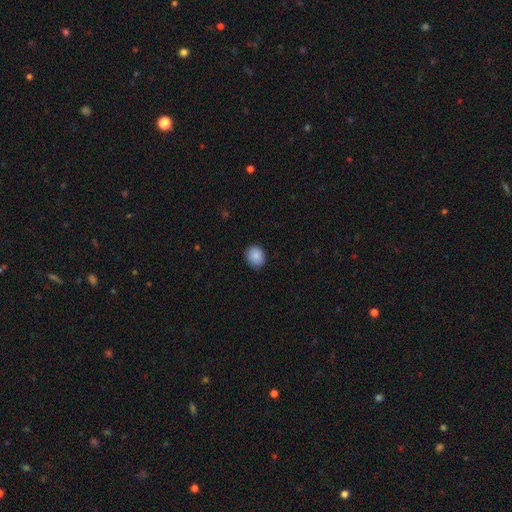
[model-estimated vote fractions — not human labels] A smooth galaxy with no disk features (89%) that is round (68%). Merging: none (85%).